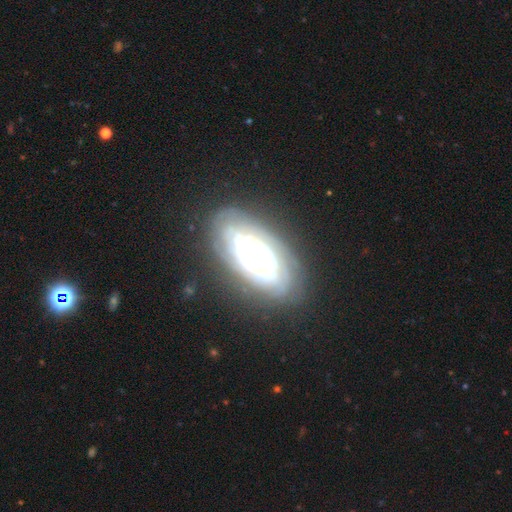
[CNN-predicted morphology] Q: Smooth or featured?
A: featured or disk (81%); runner-up: smooth (12%)
Q: Edge-on disk?
A: no (93%); runner-up: yes (7%)
Q: Bar?
A: no (70%); runner-up: weak (19%)
Q: Spiral arms?
A: yes (90%); runner-up: no (10%)
Q: Spiral winding?
A: tight (79%); runner-up: medium (17%)
Q: Spiral arm count?
A: can't tell (48%); runner-up: 2 (16%)
Q: Bulge size?
A: large (43%); runner-up: moderate (38%)
Q: Merging?
A: none (74%); runner-up: minor disturbance (18%)